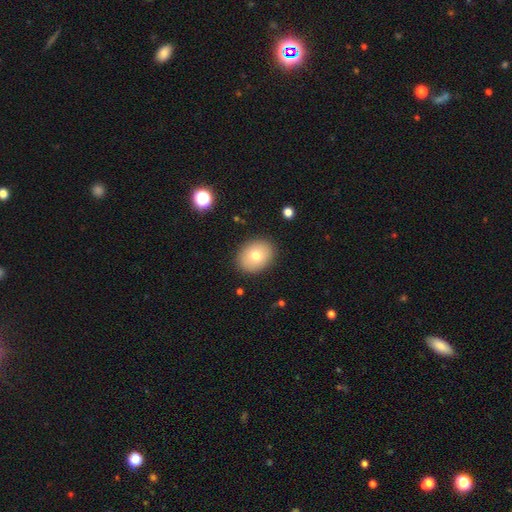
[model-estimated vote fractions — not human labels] This is likely a smooth galaxy (75%). How rounded: possibly in between (51%). Merging: clearly none (89%).